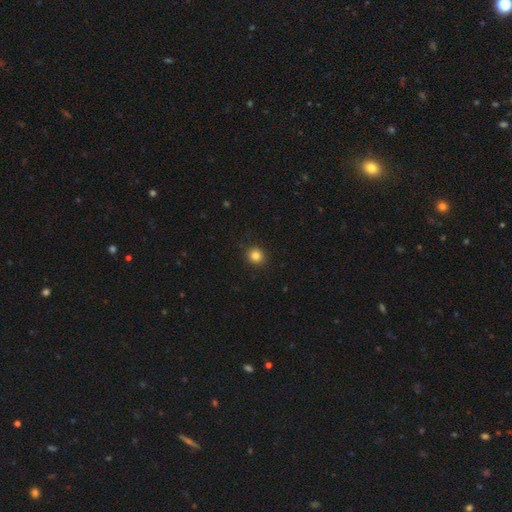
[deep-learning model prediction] Smooth or featured: smooth — 84% (star or artifact — 12%)
How rounded: round — 89% (in between — 11%)
Merging: none — 91% (minor disturbance — 6%)